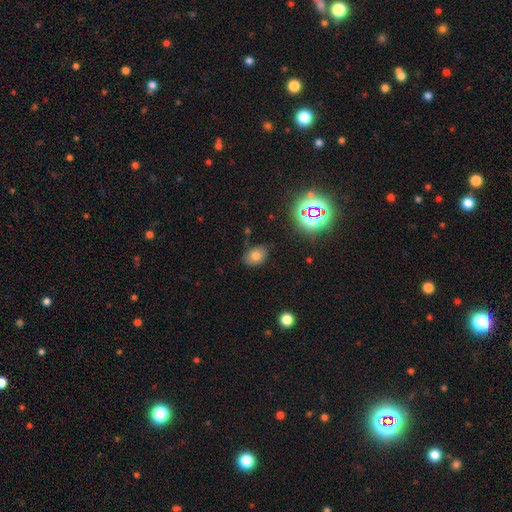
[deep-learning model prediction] The model was most divided on "how rounded": in between: 75%, round: 24%, cigar-shaped: 1%. More confident: merging — none (76%); smooth or featured — smooth (72%).